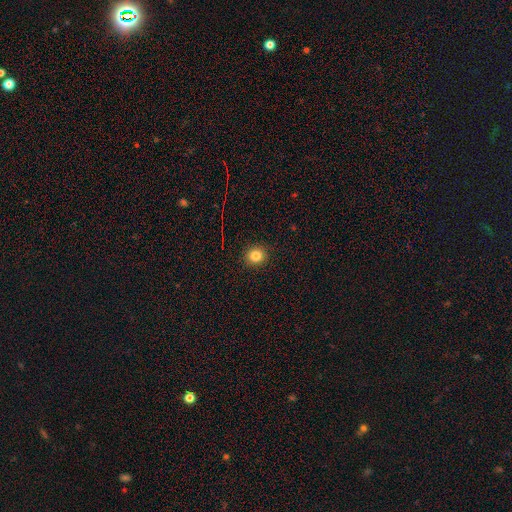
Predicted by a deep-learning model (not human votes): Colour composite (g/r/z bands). It shows a smooth galaxy with no disk features (82%) that is round (79%). Merging: none (91%).